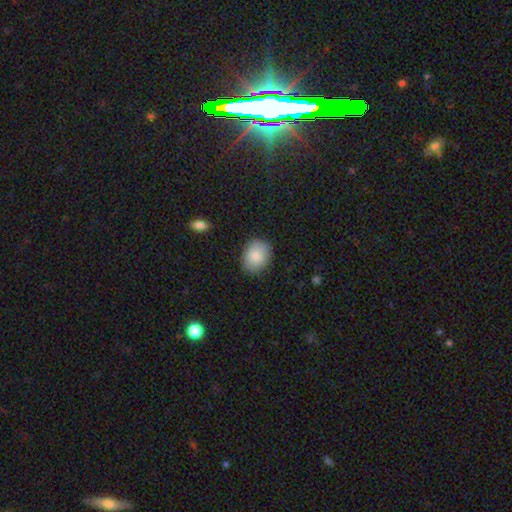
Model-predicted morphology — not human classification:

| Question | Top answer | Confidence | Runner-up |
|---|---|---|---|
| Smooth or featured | smooth | 84% | featured or disk (9%) |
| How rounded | in between | 62% | round (37%) |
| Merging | none | 84% | minor disturbance (12%) |